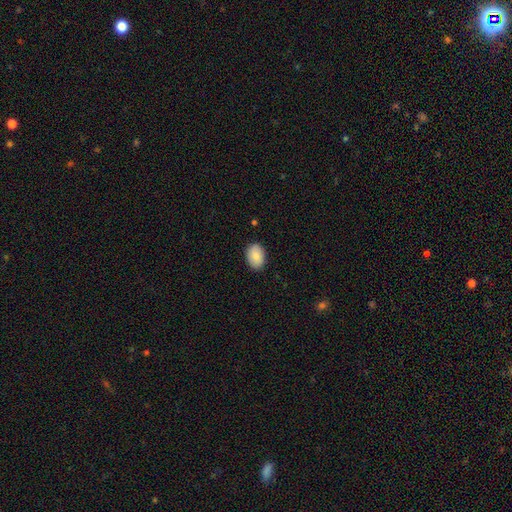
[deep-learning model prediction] This appears to be a smooth galaxy with no disk features (86%) that is in between round and cigar-shaped (82%). Merging: none (88%).